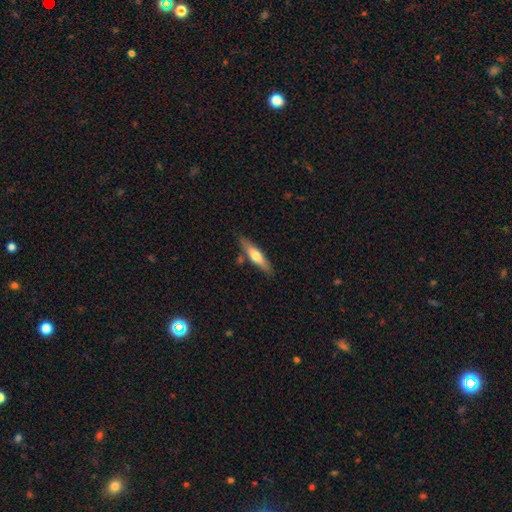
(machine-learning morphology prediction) A smooth galaxy with no disk features (51%) that is cigar-shaped (77%).

Vote fractions:
- Smooth or featured? smooth: 51% / featured or disk: 43% / star or artifact: 5%
- How rounded? cigar-shaped: 77% / in between: 21% / round: 2%
- Merging? none: 79% / minor disturbance: 13% / merger: 6% / major disturbance: 3%